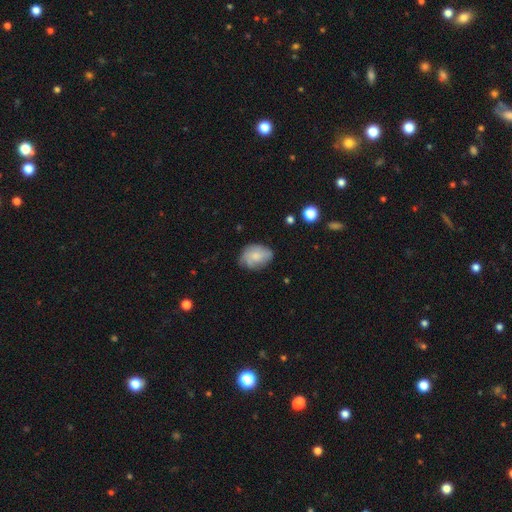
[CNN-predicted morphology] A smooth galaxy with no disk features (65%) that is in between round and cigar-shaped (70%). Merging: none (63%).